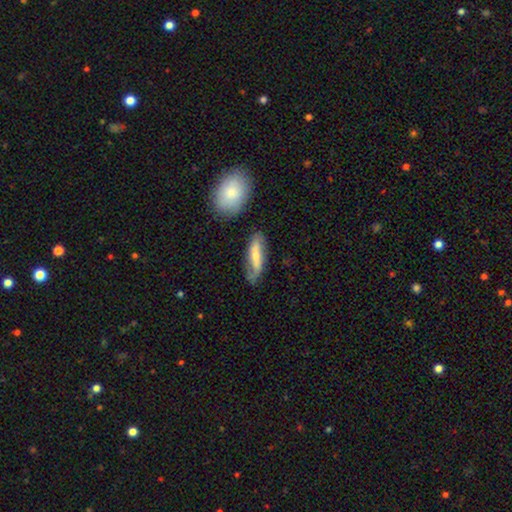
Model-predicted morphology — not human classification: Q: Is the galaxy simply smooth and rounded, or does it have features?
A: smooth — 49%.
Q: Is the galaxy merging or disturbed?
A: none — 68%.